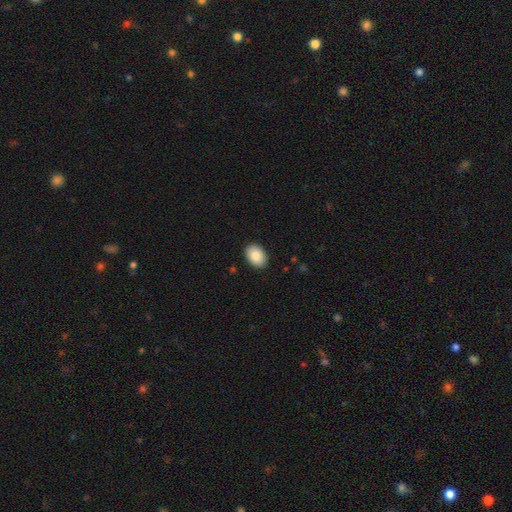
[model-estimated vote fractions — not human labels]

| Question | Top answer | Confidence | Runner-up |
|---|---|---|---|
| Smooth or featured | smooth | 88% | star or artifact (7%) |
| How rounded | in between | 83% | round (16%) |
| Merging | none | 90% | minor disturbance (8%) |